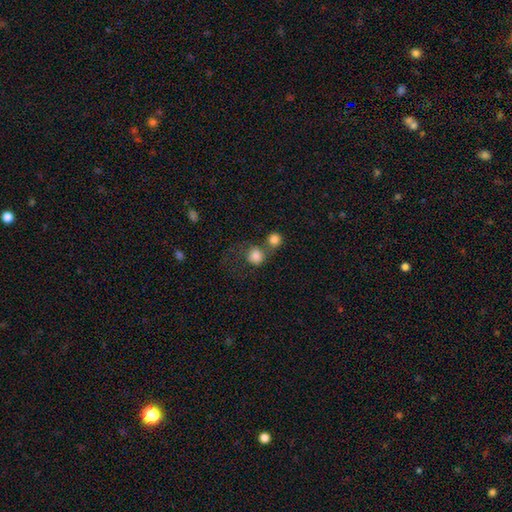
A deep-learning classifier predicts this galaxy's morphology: Smooth or featured? smooth (81%)
How rounded? round (83%)
Merging? merger (43%)